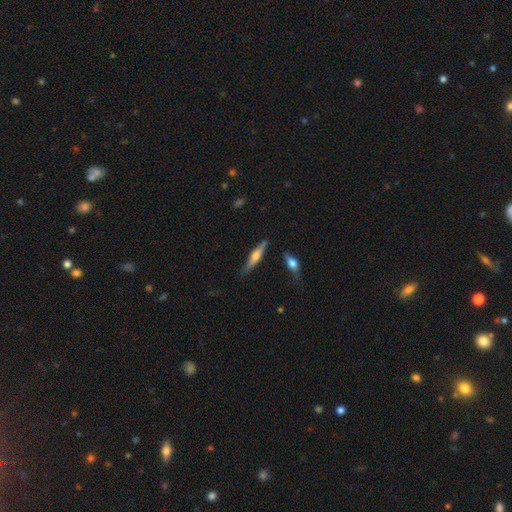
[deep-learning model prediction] Q: Smooth or featured?
A: featured or disk (51%); runner-up: smooth (43%)
Q: Edge-on disk?
A: yes (92%); runner-up: no (8%)
Q: Merging?
A: none (73%); runner-up: minor disturbance (18%)